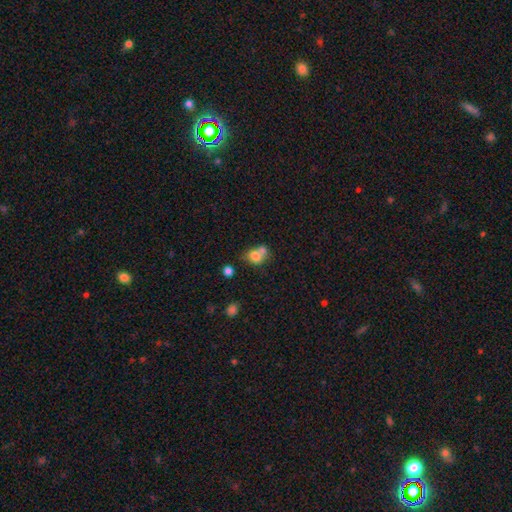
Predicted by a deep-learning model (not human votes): A smooth galaxy with no disk features (75%) that is round (62%). Merging: merger (54%).